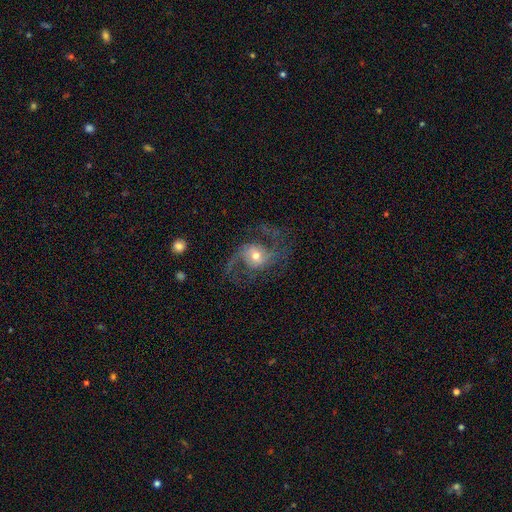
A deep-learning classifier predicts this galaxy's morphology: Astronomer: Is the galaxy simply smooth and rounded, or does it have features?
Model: featured or disk — 84%.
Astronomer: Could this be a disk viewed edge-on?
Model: no — 97%.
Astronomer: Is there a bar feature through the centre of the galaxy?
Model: no — 56% (runner-up: weak, 32%).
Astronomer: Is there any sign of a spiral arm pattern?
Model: yes — 94%.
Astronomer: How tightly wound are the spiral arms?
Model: loose — 49% (runner-up: medium, 43%).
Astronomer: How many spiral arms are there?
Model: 2 — 80%.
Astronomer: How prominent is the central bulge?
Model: moderate — 57% (runner-up: small, 34%).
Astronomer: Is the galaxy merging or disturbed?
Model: none — 63%.